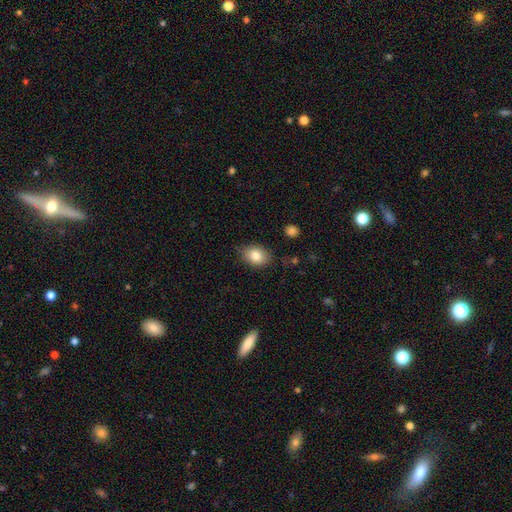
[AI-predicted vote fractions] A smooth galaxy with no disk features (83%) that is in between round and cigar-shaped (66%). Merging: none (80%).